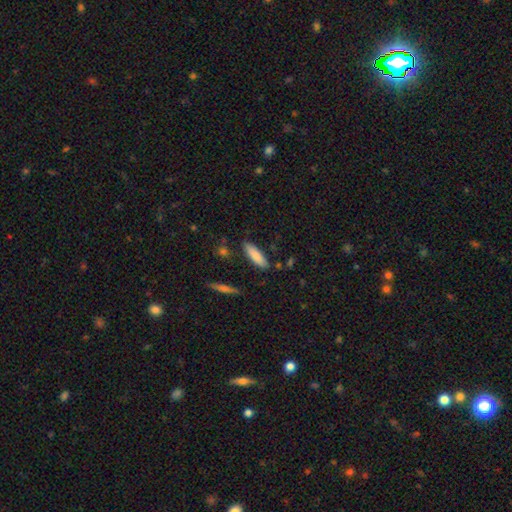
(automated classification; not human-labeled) smooth-or-featured: smooth: 82% | featured or disk: 12% | star or artifact: 6%
  how-rounded: cigar-shaped: 56% | in between: 43% | round: 2%
  merging: none: 83% | minor disturbance: 11% | merger: 3% | major disturbance: 2%